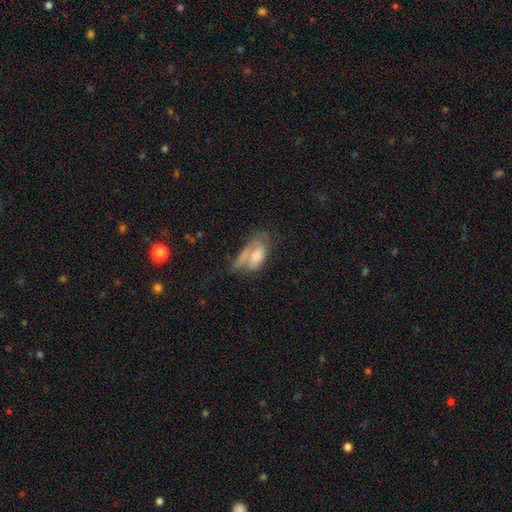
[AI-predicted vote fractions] smooth-or-featured: smooth: 49% | featured or disk: 41% | star or artifact: 10%
  merging: none: 31% | major disturbance: 29% | minor disturbance: 26% | merger: 14%